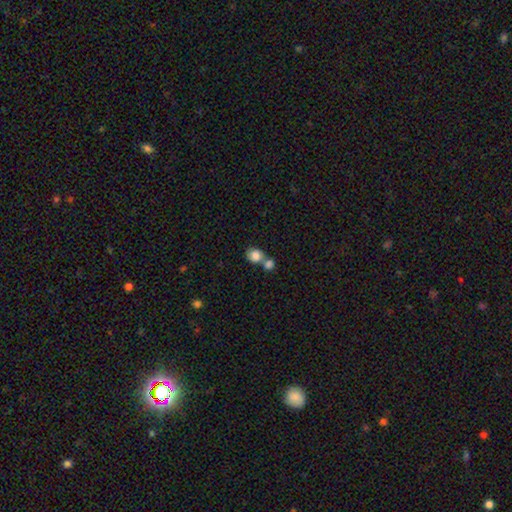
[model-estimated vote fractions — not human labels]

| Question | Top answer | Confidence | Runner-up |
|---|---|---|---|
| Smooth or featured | smooth | 84% | star or artifact (8%) |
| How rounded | round | 72% | in between (27%) |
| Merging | merger | 50% | none (39%) |